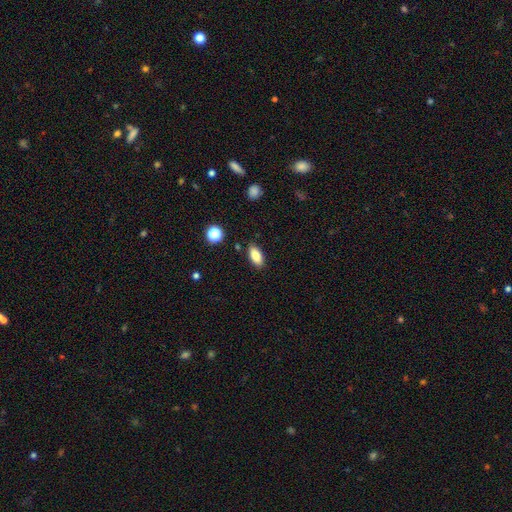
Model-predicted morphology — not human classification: A smooth galaxy with no disk features (84%) that is in between round and cigar-shaped (86%).

Vote fractions:
- Smooth or featured? smooth: 84% / star or artifact: 8% / featured or disk: 8%
- How rounded? in between: 86% / cigar-shaped: 10% / round: 4%
- Merging? none: 86% / minor disturbance: 10% / major disturbance: 2% / merger: 2%